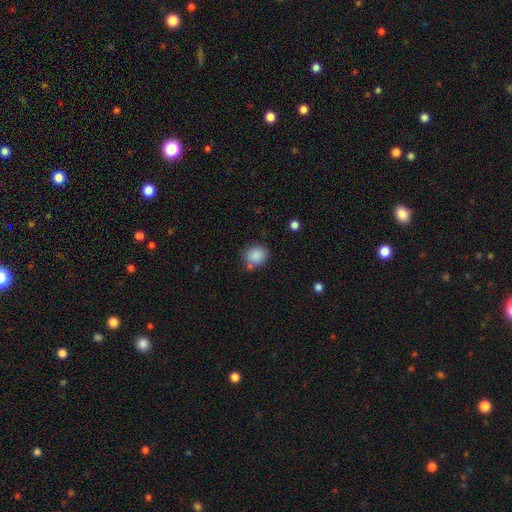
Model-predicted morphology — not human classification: Smooth or featured: smooth — 87% (star or artifact — 9%)
How rounded: round — 72% (in between — 27%)
Merging: none — 71% (minor disturbance — 15%)